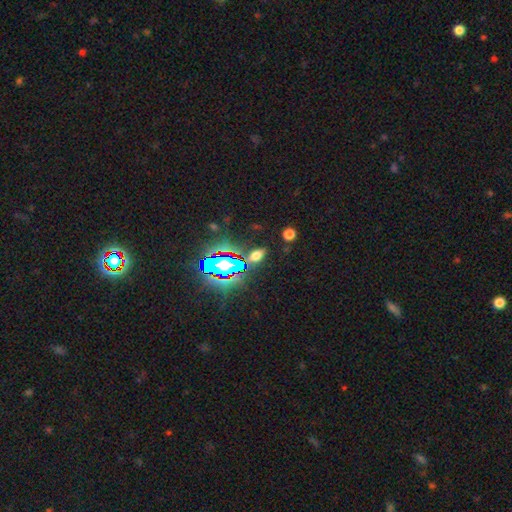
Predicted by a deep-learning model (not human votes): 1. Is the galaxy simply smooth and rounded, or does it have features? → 53% smooth, 33% star or artifact, 14% featured or disk.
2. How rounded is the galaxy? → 79% in between, 13% round, 8% cigar-shaped.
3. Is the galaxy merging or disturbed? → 81% none, 10% minor disturbance, 4% merger, 4% major disturbance.